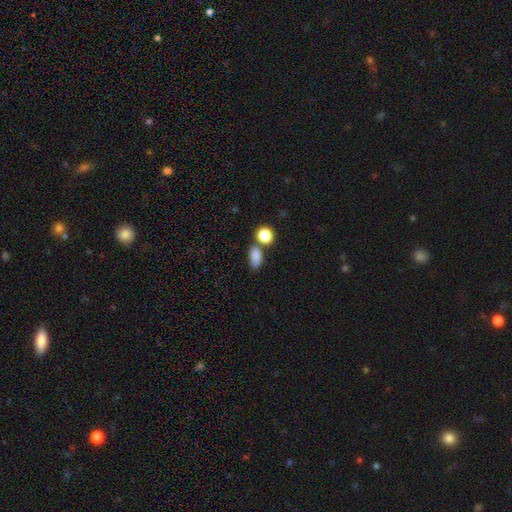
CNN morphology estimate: Overall: smooth (83%). How rounded: in between (81%). Merging: none (58%; merger 20%).